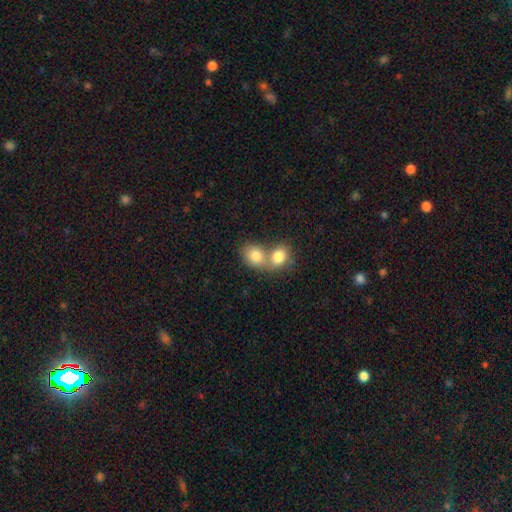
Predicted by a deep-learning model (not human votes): Morphology: type=smooth (80%); roundness=round (54%); merging=merger (65%).